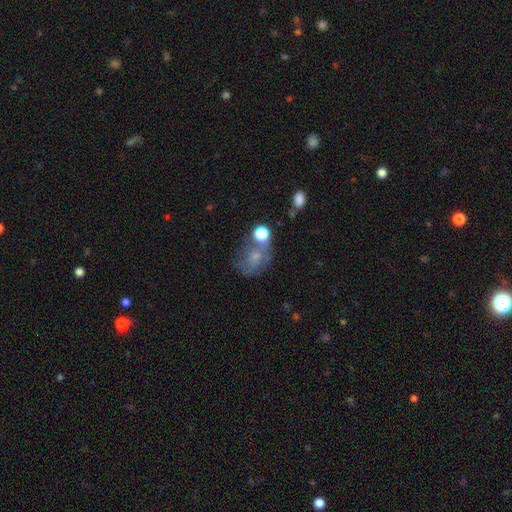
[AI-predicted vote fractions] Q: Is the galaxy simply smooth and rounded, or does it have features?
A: smooth — 48%.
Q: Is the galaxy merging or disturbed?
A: none — 43%.